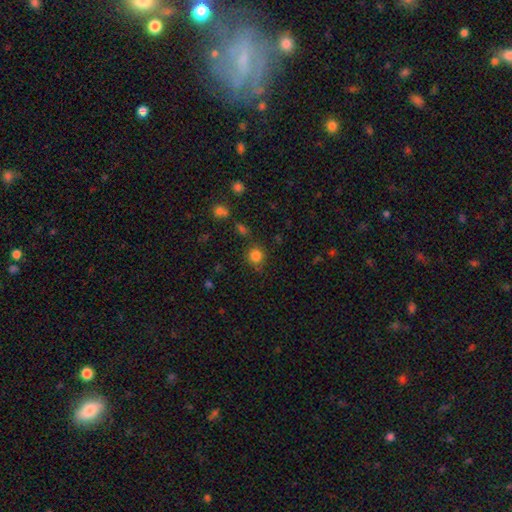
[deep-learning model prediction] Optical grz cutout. It shows a smooth galaxy with no disk features (83%) that is round (88%). Merging: none (82%).